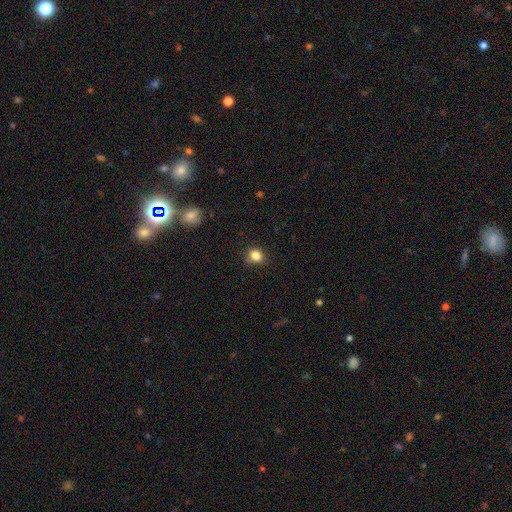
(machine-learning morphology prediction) A smooth galaxy with no disk features (84%) that is round (74%).

Vote fractions:
- Smooth or featured? smooth: 84% / star or artifact: 12% / featured or disk: 5%
- How rounded? round: 74% / in between: 25% / cigar-shaped: 1%
- Merging? none: 86% / minor disturbance: 11% / major disturbance: 2% / merger: 1%